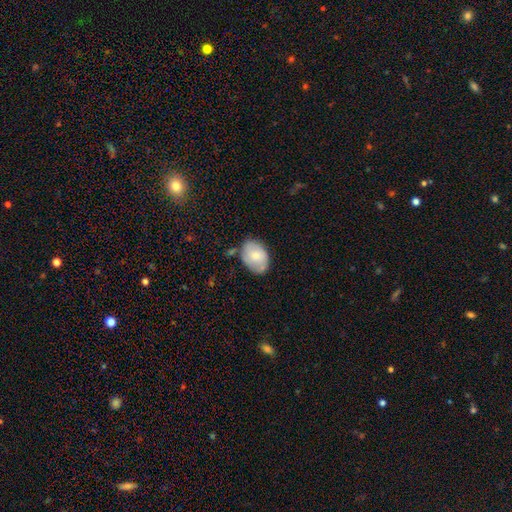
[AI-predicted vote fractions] This is likely a smooth galaxy (69%). How rounded: clearly in between (80%). Merging: likely none (63%).